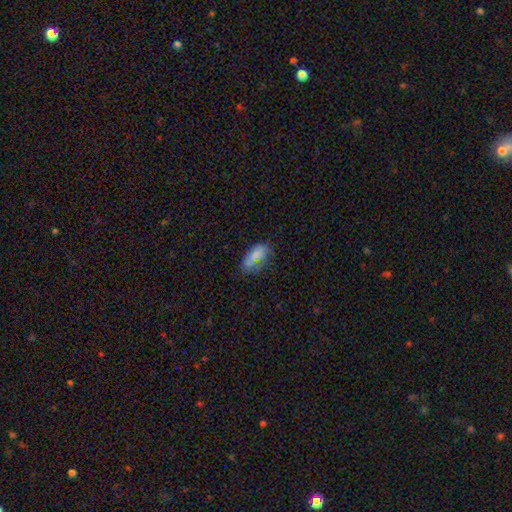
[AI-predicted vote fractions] A smooth galaxy with no disk features (75%) that is in between round and cigar-shaped (85%).

Vote fractions:
- Smooth or featured? smooth: 75% / featured or disk: 14% / star or artifact: 10%
- How rounded? in between: 85% / cigar-shaped: 11% / round: 4%
- Merging? none: 44% / minor disturbance: 30% / major disturbance: 17% / merger: 9%